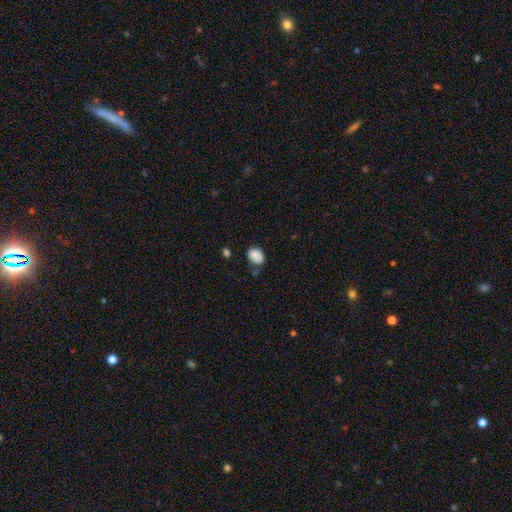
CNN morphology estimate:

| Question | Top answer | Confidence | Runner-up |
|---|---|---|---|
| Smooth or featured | smooth | 82% | featured or disk (9%) |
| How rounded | in between | 64% | round (35%) |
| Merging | none | 56% | minor disturbance (29%) |